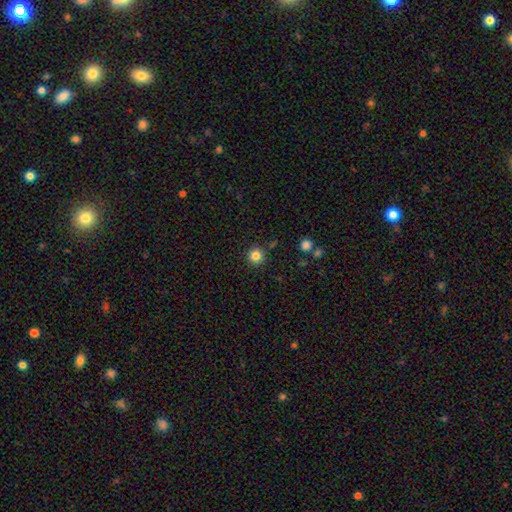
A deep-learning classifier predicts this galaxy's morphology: Q: Smooth or featured?
A: smooth (83%); runner-up: star or artifact (12%)
Q: How rounded?
A: round (95%); runner-up: in between (4%)
Q: Merging?
A: none (90%); runner-up: minor disturbance (6%)